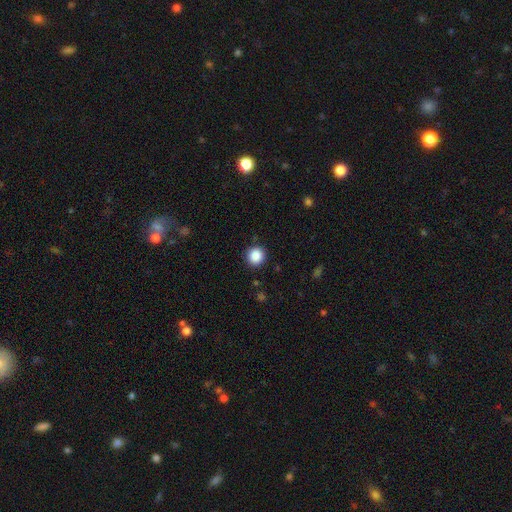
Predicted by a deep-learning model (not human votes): This is clearly a smooth galaxy (87%). How rounded: clearly round (93%). Merging: clearly none (89%).